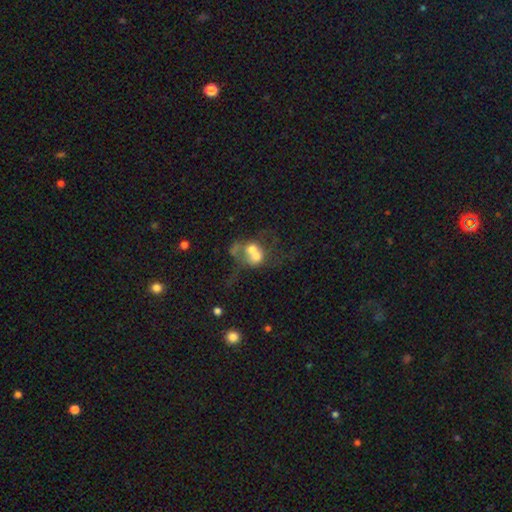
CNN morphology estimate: smooth-or-featured: smooth: 49% | featured or disk: 39% | star or artifact: 12%
  merging: merger: 69% | none: 14% | major disturbance: 12% | minor disturbance: 6%